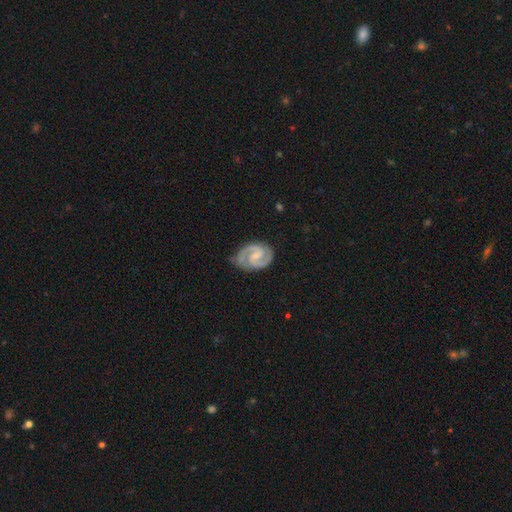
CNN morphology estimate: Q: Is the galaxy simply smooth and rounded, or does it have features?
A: featured or disk — 92%.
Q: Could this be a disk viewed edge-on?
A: no — 98%.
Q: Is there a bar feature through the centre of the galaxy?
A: weak — 50%.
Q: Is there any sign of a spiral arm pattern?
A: yes — 99%.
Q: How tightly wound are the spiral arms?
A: medium — 50%.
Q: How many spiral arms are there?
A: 2 — 94%.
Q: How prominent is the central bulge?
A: small — 48%.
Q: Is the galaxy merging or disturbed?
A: none — 77%.